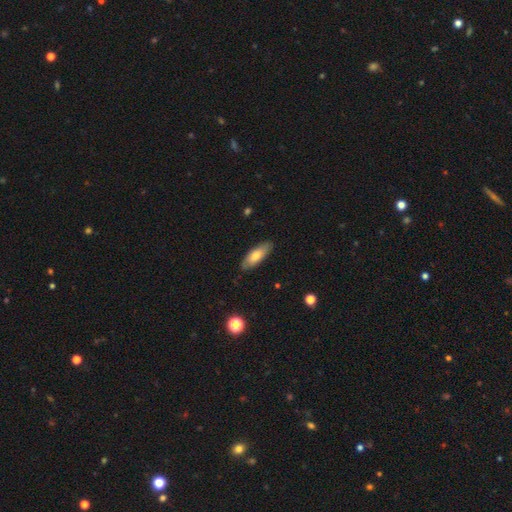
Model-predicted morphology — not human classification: smooth 71%, featured or disk 22%, star or artifact 6%. Down the decision tree: how rounded — in between (65%); merging — none (86%).